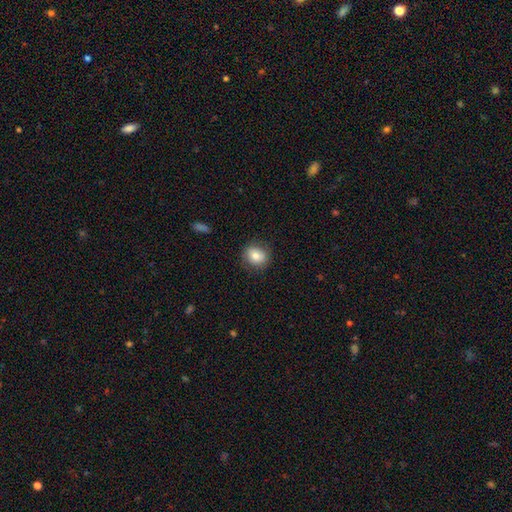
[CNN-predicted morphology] smooth-or-featured: smooth: 78% | featured or disk: 13% | star or artifact: 9%
  how-rounded: round: 69% | in between: 30% | cigar-shaped: 1%
  merging: none: 84% | minor disturbance: 12% | major disturbance: 4% | merger: 1%